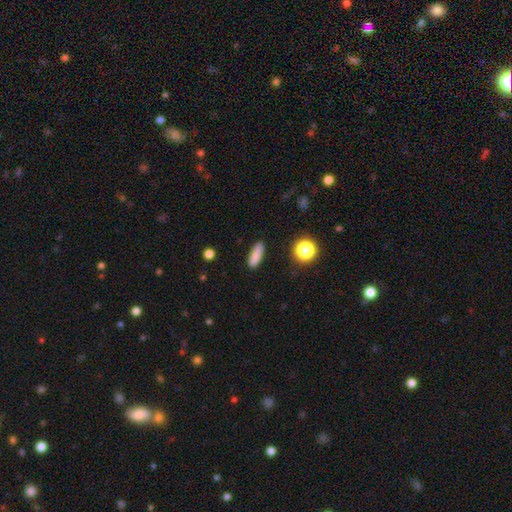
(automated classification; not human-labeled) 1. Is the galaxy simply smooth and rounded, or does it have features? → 84% smooth, 10% star or artifact, 6% featured or disk.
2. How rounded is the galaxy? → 48% cigar-shaped (tied), 48% in between (tied), 4% round.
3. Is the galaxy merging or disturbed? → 88% none, 8% minor disturbance, 2% major disturbance, 2% merger.